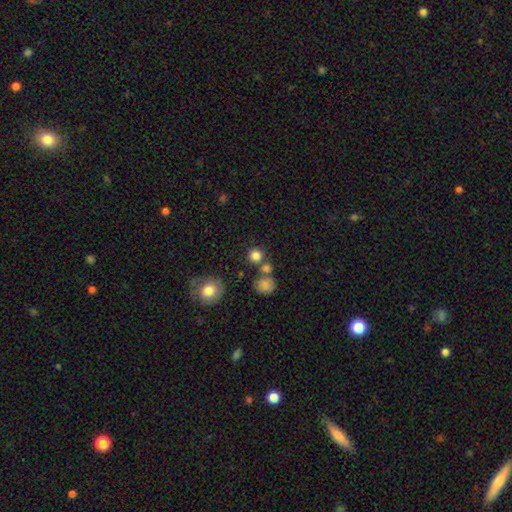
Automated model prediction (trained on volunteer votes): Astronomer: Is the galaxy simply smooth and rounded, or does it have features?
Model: smooth — 81%.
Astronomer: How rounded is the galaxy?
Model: round — 91%.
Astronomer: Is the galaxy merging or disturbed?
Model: none — 68%.